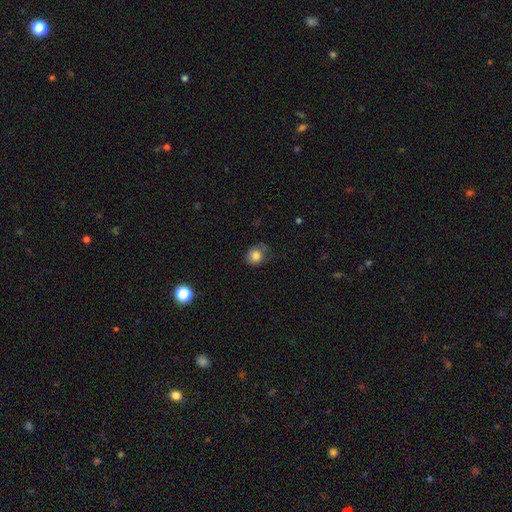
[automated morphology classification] This appears to be a smooth galaxy with no disk features (81%) that is round (72%). Merging: none (54%).